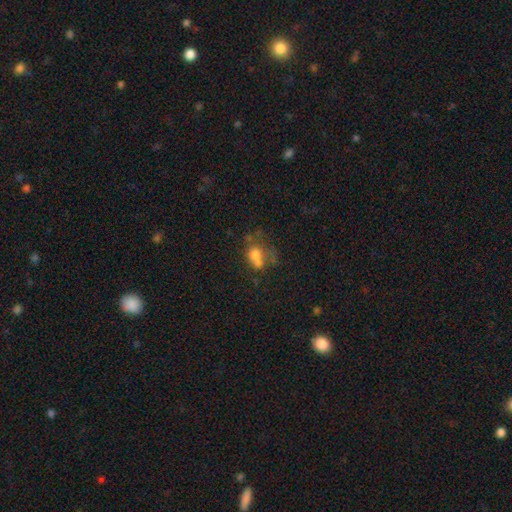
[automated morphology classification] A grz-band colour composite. It shows a smooth galaxy with no disk features (64%) that is round (55%). Merging: merger (42%).